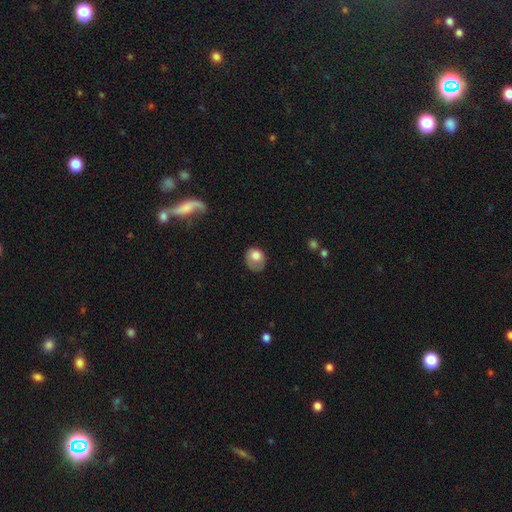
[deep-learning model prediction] A smooth galaxy with no disk features (73%) that is round (53%). Merging: none (45%).